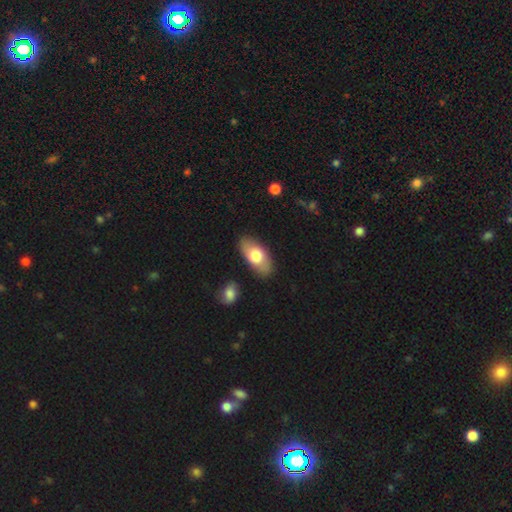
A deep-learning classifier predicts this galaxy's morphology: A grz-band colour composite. It shows a smooth galaxy with no disk features (70%) that is in between round and cigar-shaped (91%). Merging: none (84%).